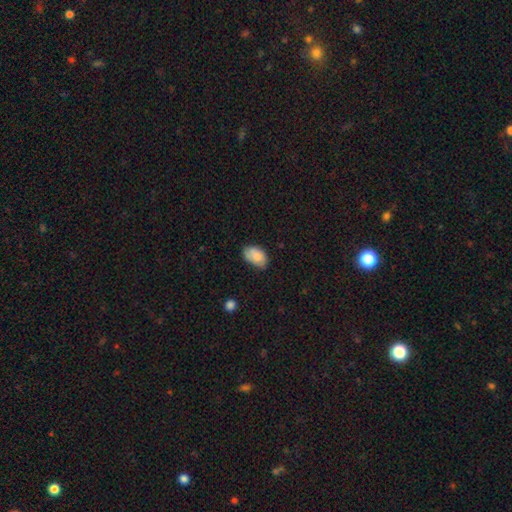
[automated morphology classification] type=smooth (82%); roundness=in between (91%); merging=none (63%).